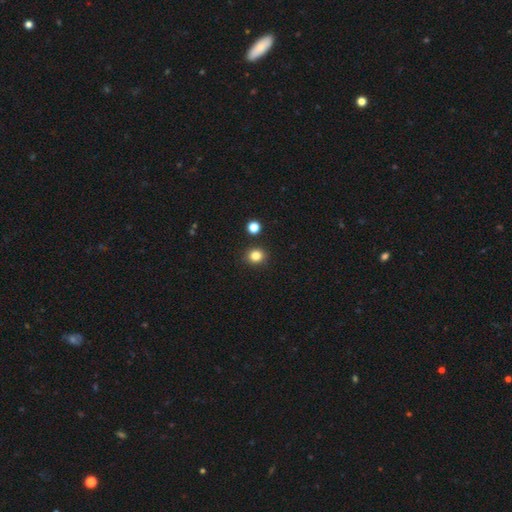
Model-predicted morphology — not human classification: A smooth galaxy with no disk features (83%) that is round (83%).

Vote fractions:
- Smooth or featured? smooth: 83% / star or artifact: 13% / featured or disk: 4%
- How rounded? round: 83% / in between: 16% / cigar-shaped: 1%
- Merging? none: 87% / minor disturbance: 7% / merger: 3% / major disturbance: 2%